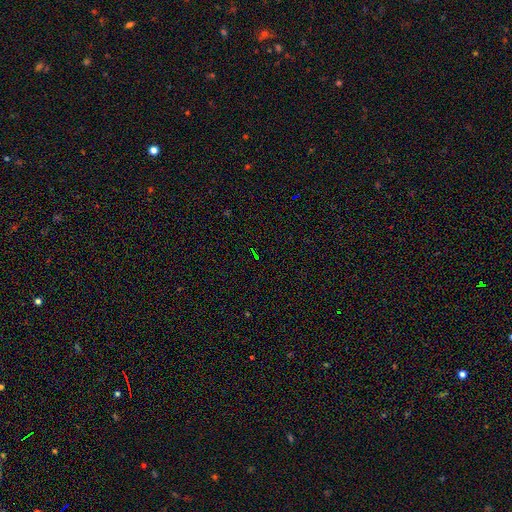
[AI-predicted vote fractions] Smooth or featured?
  - star or artifact: 76% *
  - smooth: 14%
  - featured or disk: 10%